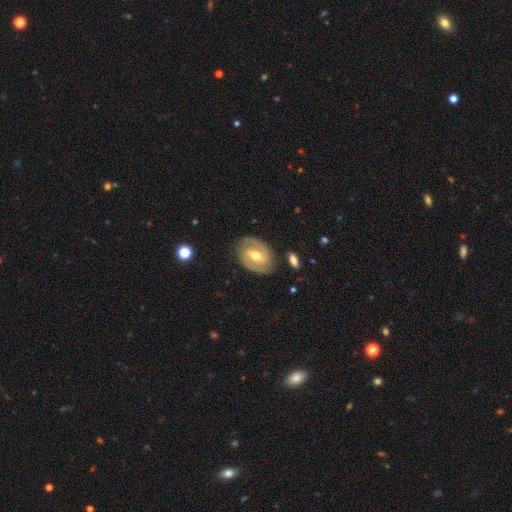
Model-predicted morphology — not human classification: Overall: featured or disk (78%). Edge-on disk: no (96%). Bar: weak (47%; strong 32%). Spiral arms: yes (86%). Spiral arm count: 2 (85%). Spiral winding: tight (45%; medium 42%). Bulge size: moderate (70%). Merging: none (82%).